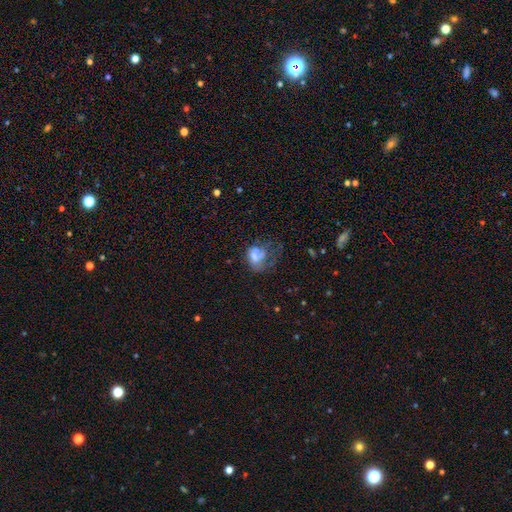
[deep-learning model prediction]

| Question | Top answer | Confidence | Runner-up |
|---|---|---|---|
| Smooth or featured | smooth | 47% | featured or disk (39%) |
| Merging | major disturbance | 50% | none (22%) |